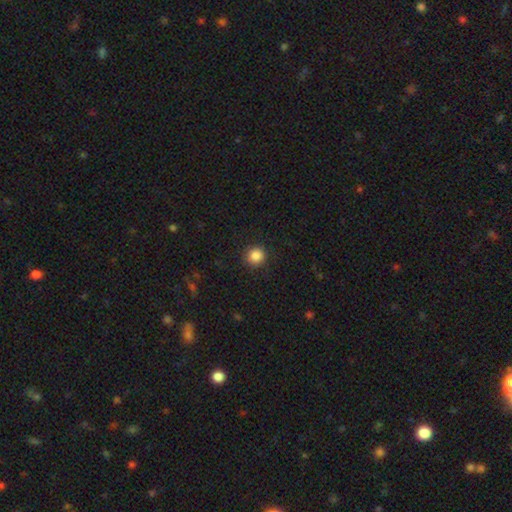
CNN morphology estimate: smooth_or_featured: smooth (p=0.87) [alt: star or artifact p=0.10]
how_rounded: round (p=0.92) [alt: in between p=0.07]
merging: none (p=0.90) [alt: minor disturbance p=0.07]